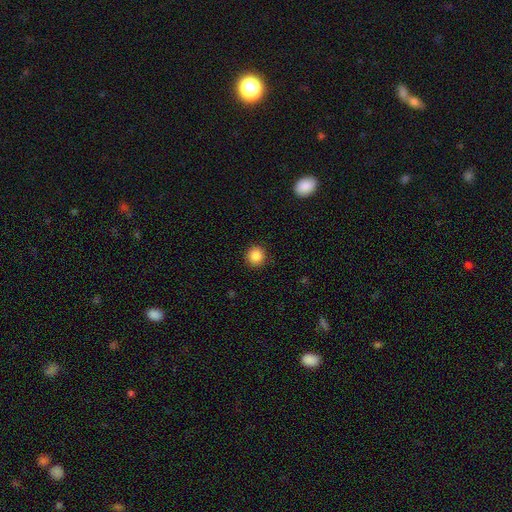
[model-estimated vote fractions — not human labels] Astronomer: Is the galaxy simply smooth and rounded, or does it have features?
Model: smooth — 87%.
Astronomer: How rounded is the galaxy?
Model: round — 93%.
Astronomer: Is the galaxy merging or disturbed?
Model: none — 91%.